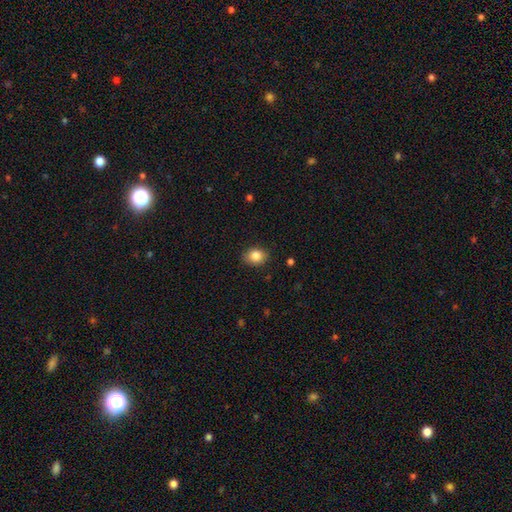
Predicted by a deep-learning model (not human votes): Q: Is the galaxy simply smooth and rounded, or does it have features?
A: smooth — 85%.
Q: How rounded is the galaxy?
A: in between — 53%.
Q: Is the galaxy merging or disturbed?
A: none — 87%.